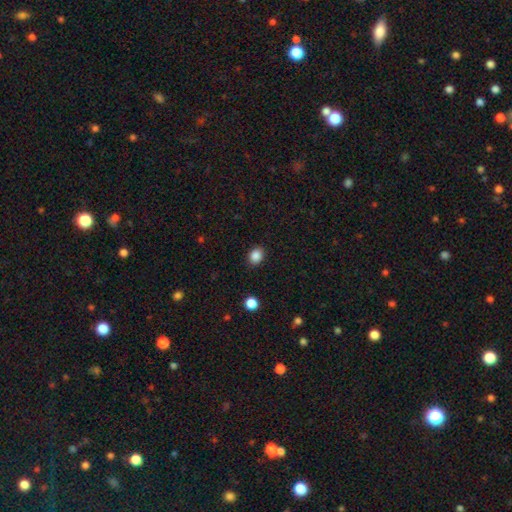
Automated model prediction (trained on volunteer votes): A smooth galaxy with no disk features (87%) that is round (51%). Merging: none (89%).